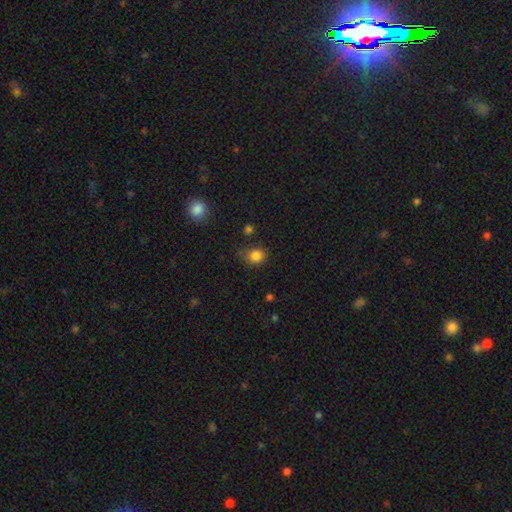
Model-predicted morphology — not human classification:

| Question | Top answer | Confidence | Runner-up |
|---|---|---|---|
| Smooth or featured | smooth | 83% | star or artifact (12%) |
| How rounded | round | 74% | in between (25%) |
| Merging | none | 69% | minor disturbance (22%) |